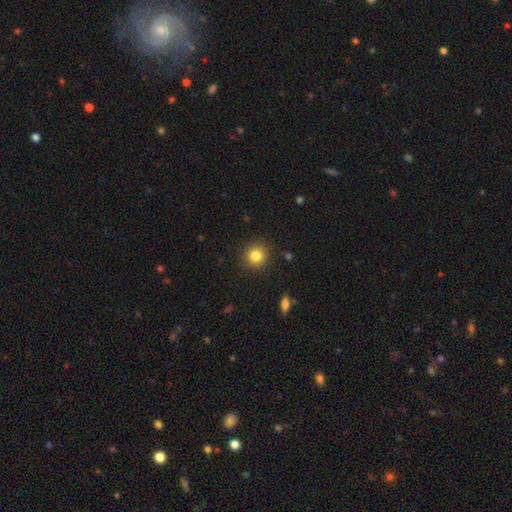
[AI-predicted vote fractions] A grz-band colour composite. It shows a smooth galaxy with no disk features (83%) that is round (93%). Merging: none (90%).